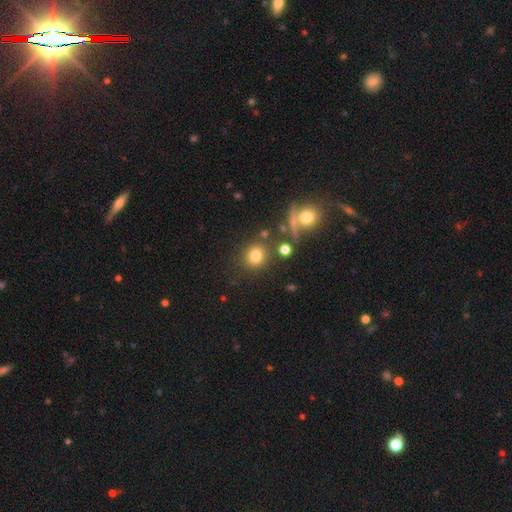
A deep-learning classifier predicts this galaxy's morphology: Smooth or featured: smooth — 77% (star or artifact — 14%)
How rounded: round — 83% (in between — 16%)
Merging: none — 79% (minor disturbance — 9%)